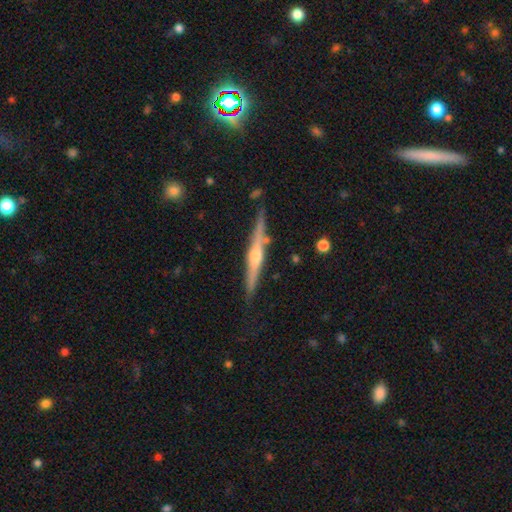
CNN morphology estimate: A featured or disk galaxy (77%) viewed edge-on (98%) with a rounded central bulge (85%).

Vote fractions:
- Smooth or featured? featured or disk: 77% / smooth: 16% / star or artifact: 6%
- Edge-on disk? yes: 98% / no: 2%
- Edge-on bulge? rounded: 85% / none: 8% / boxy: 7%
- Merging? none: 82% / minor disturbance: 13% / merger: 3% / major disturbance: 2%